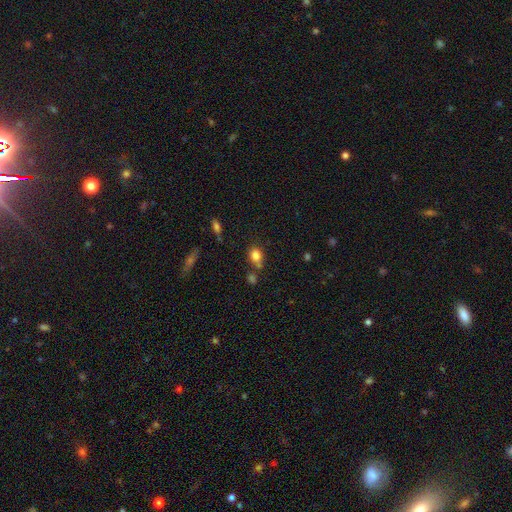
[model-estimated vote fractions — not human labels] The model was most divided on "how rounded": round: 57%, in between: 42%, cigar-shaped: 2%. More confident: smooth or featured — smooth (81%); merging — none (57%).